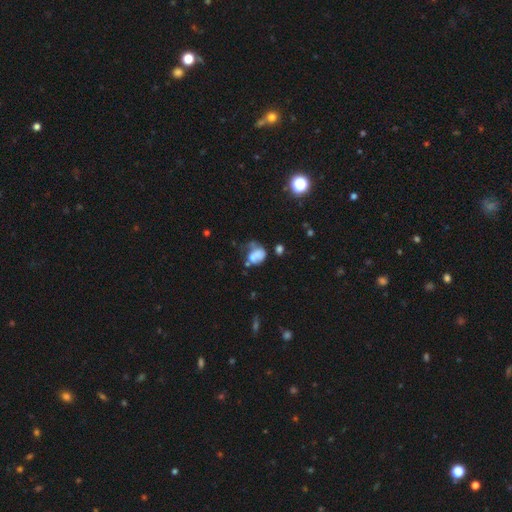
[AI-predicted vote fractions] smooth 59%, featured or disk 28%, star or artifact 13%. Down the decision tree: how rounded — in between (62%); merging — major disturbance (33%).